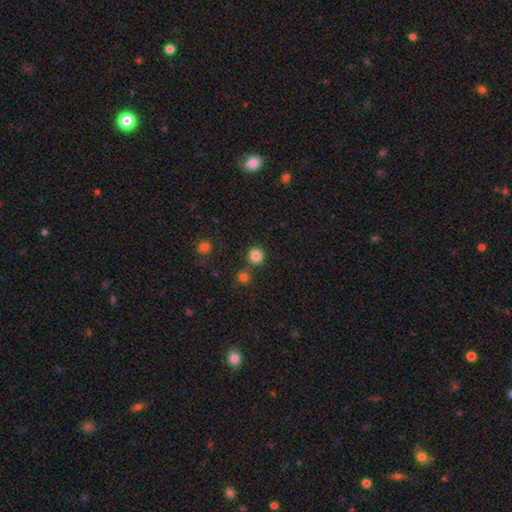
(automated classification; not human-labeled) Smooth or featured? smooth (84%)
How rounded? round (93%)
Merging? none (81%)